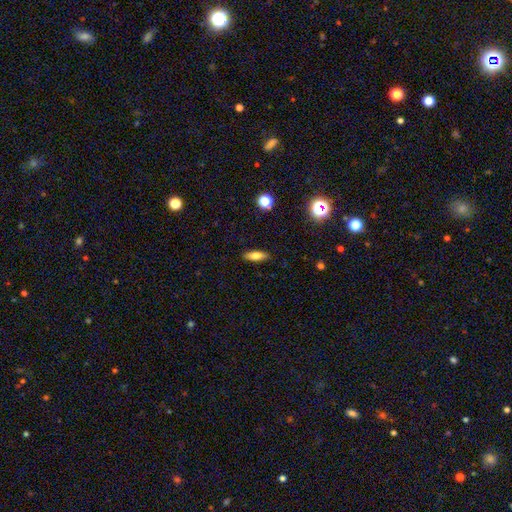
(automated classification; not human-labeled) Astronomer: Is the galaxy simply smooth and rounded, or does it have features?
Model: smooth — 68%.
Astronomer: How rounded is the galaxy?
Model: in between — 53% (runner-up: cigar-shaped, 43%).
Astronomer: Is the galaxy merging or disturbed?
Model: none — 89%.